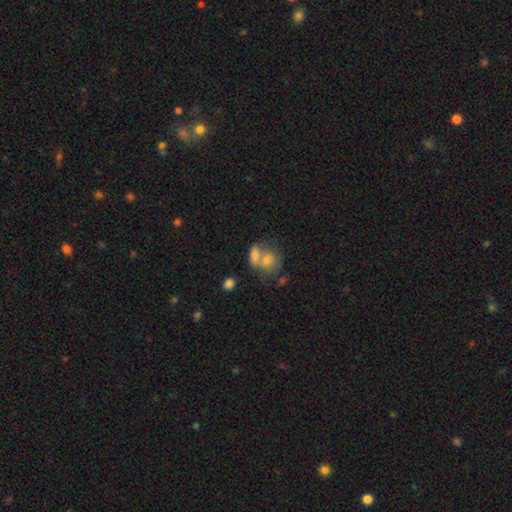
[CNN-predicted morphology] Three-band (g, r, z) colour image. It shows a smooth galaxy with no disk features (66%) that is in between round and cigar-shaped (58%). Merging: merger (58%).